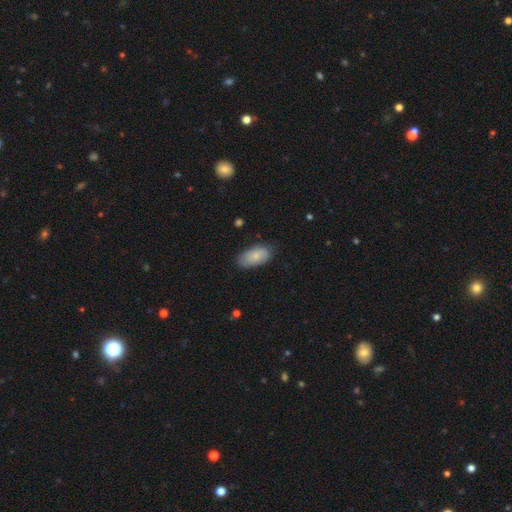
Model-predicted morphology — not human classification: Q: Smooth or featured?
A: smooth (78%); runner-up: featured or disk (16%)
Q: How rounded?
A: in between (93%); runner-up: cigar-shaped (3%)
Q: Merging?
A: none (75%); runner-up: minor disturbance (20%)